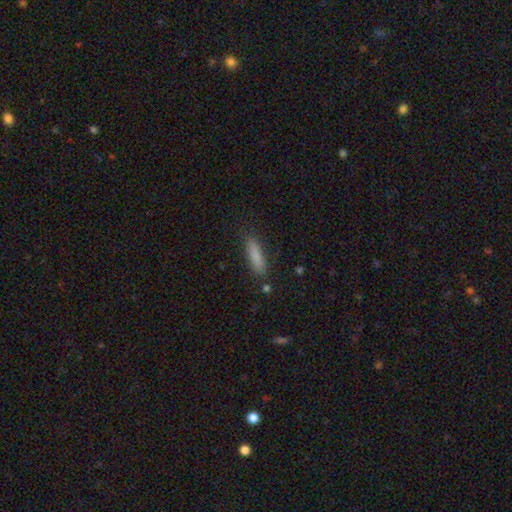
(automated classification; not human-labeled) This appears to be a smooth galaxy with no disk features (84%) that is cigar-shaped (75%). Merging: none (85%).